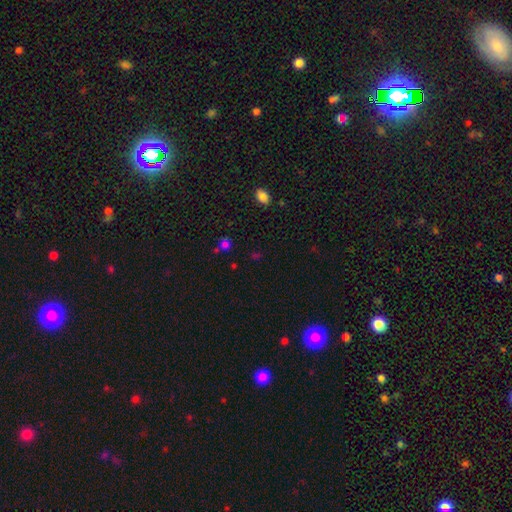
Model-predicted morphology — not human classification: type=smooth (54%); roundness=round (69%); merging=none (74%).